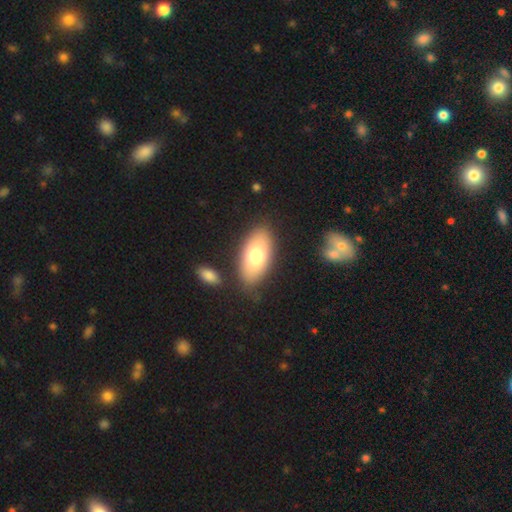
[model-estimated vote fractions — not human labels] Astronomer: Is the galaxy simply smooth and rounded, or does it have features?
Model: smooth — 76%.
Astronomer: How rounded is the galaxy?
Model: in between — 92%.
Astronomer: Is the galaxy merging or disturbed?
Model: none — 79%.